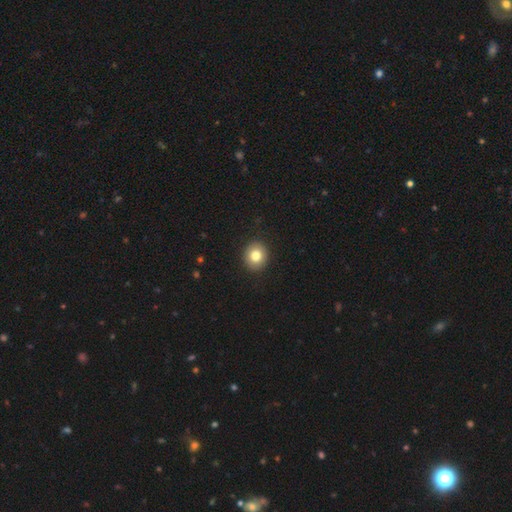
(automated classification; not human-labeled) Smooth or featured? smooth (81%)
How rounded? round (84%)
Merging? none (92%)